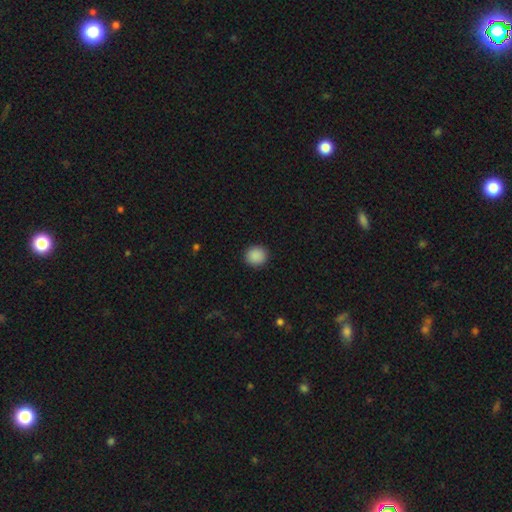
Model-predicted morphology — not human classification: Smooth or featured? smooth (89%)
How rounded? round (91%)
Merging? none (92%)